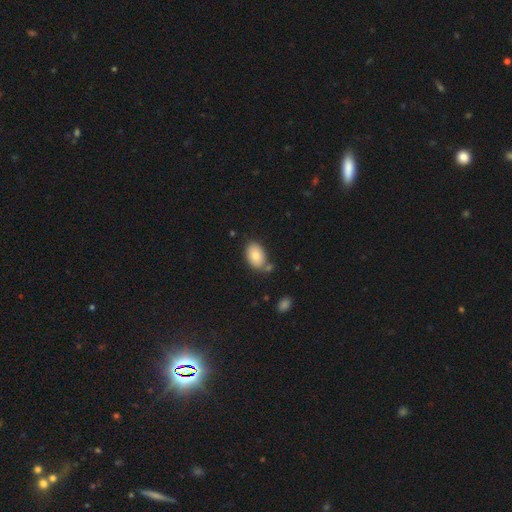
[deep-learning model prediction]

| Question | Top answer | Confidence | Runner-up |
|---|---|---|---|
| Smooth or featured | smooth | 82% | featured or disk (11%) |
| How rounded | in between | 89% | round (10%) |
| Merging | none | 70% | minor disturbance (16%) |